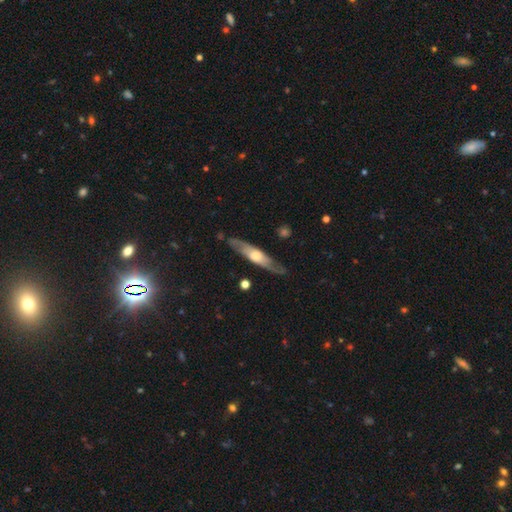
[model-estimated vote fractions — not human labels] A featured or disk galaxy (64%) viewed edge-on (68%).

Vote fractions:
- Smooth or featured? featured or disk: 64% / smooth: 31% / star or artifact: 5%
- Edge-on disk? yes: 68% / no: 32%
- Merging? none: 80% / minor disturbance: 15% / major disturbance: 4% / merger: 2%